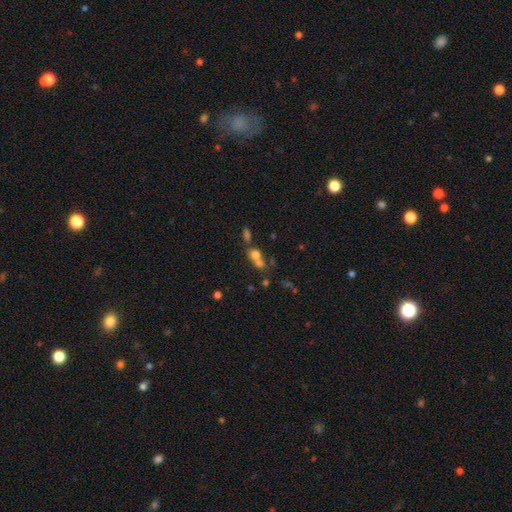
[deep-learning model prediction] smooth_or_featured: smooth (p=0.62) [alt: featured or disk p=0.19]
how_rounded: round (p=0.58) [alt: in between p=0.37]
merging: merger (p=0.56) [alt: none p=0.30]